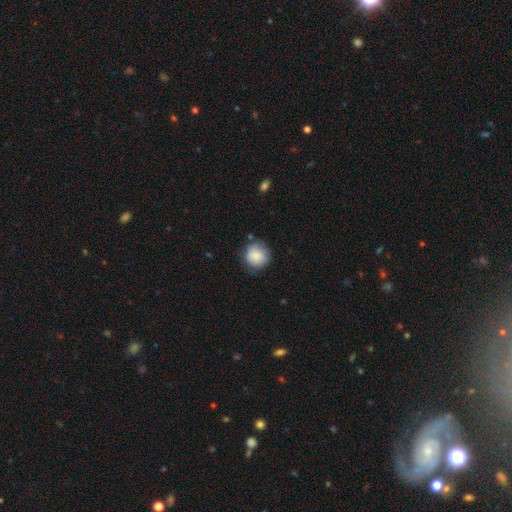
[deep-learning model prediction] Q: Smooth or featured?
A: smooth (86%); runner-up: star or artifact (7%)
Q: How rounded?
A: round (89%); runner-up: in between (10%)
Q: Merging?
A: none (73%); runner-up: minor disturbance (20%)